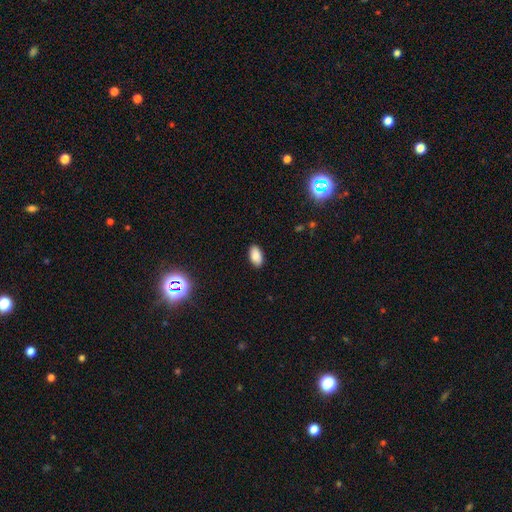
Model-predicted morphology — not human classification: Q: Smooth or featured?
A: smooth (87%); runner-up: star or artifact (9%)
Q: How rounded?
A: in between (94%); runner-up: round (4%)
Q: Merging?
A: none (88%); runner-up: minor disturbance (9%)